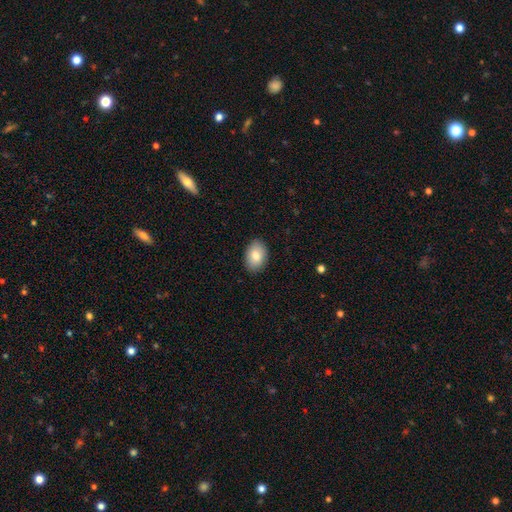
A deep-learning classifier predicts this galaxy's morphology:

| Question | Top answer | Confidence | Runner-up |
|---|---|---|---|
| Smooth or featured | smooth | 82% | featured or disk (11%) |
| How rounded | in between | 87% | round (12%) |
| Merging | none | 88% | minor disturbance (9%) |